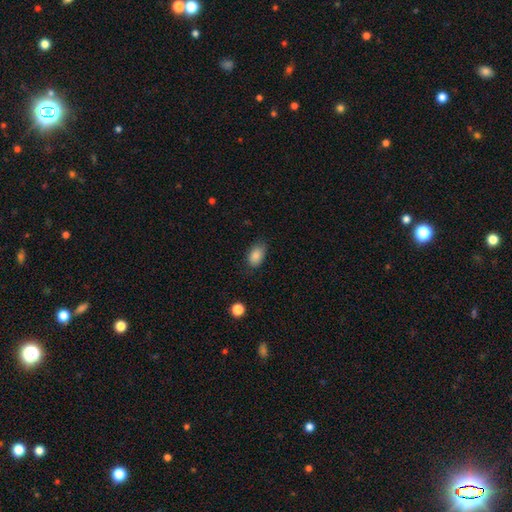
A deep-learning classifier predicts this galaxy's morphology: This is clearly a smooth galaxy (86%). How rounded: clearly in between (88%). Merging: likely none (73%).